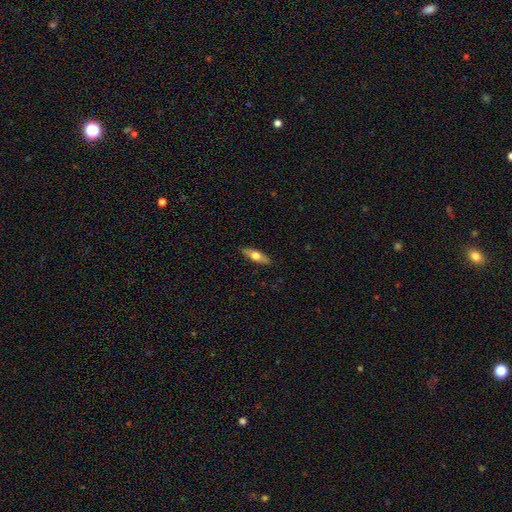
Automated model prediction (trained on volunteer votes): Overall: smooth (53%; featured or disk 41%). How rounded: cigar-shaped (49%; in between 48%). Merging: none (88%).